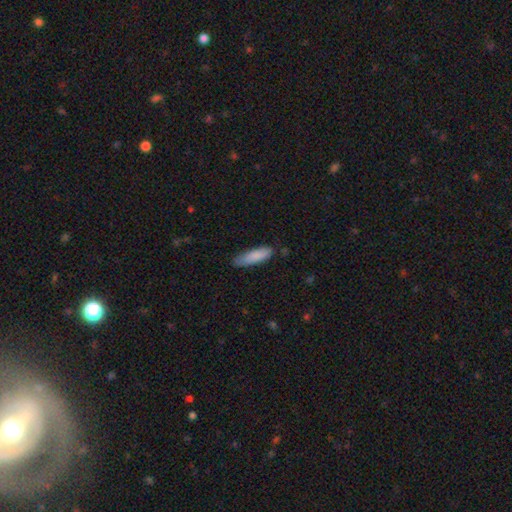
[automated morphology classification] Smooth or featured?
  - smooth: 86% *
  - featured or disk: 8%
  - star or artifact: 6%
How rounded?
  - cigar-shaped: 62% *
  - in between: 36%
  - round: 1%
Merging?
  - none: 76% *
  - minor disturbance: 20%
  - major disturbance: 3%
  - merger: 2%